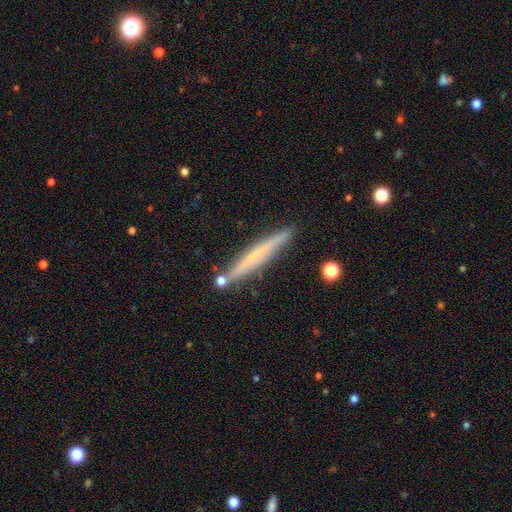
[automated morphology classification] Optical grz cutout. It shows a smooth galaxy with no disk features (49%). Merging: none (84%).